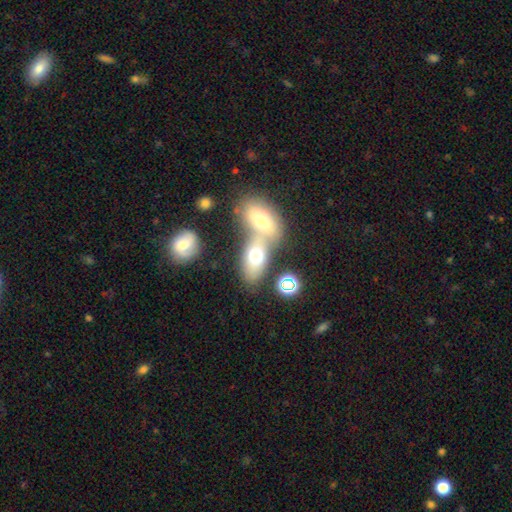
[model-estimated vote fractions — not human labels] Overall: smooth (66%). How rounded: in between (85%). Merging: merger (54%; none 32%).